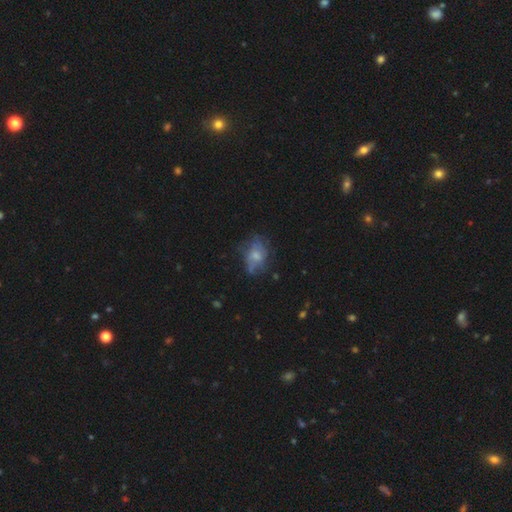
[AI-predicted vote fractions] smooth-or-featured: smooth: 45% | featured or disk: 43% | star or artifact: 11%
  merging: none: 48% | minor disturbance: 26% | major disturbance: 23% | merger: 3%